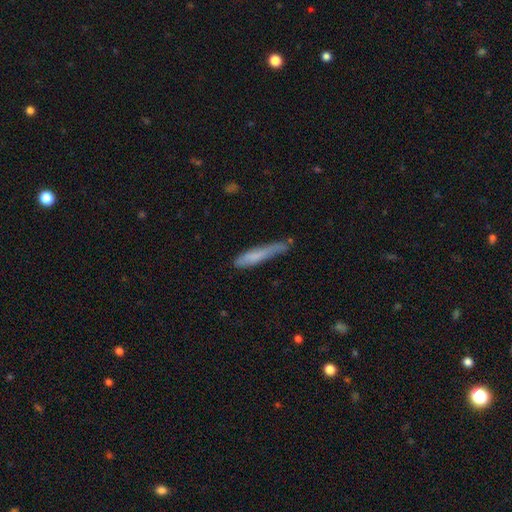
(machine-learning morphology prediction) A smooth galaxy with no disk features (72%) that is cigar-shaped (91%).

Vote fractions:
- Smooth or featured? smooth: 72% / featured or disk: 21% / star or artifact: 7%
- How rounded? cigar-shaped: 91% / in between: 7% / round: 1%
- Merging? none: 59% / minor disturbance: 30% / major disturbance: 8% / merger: 4%